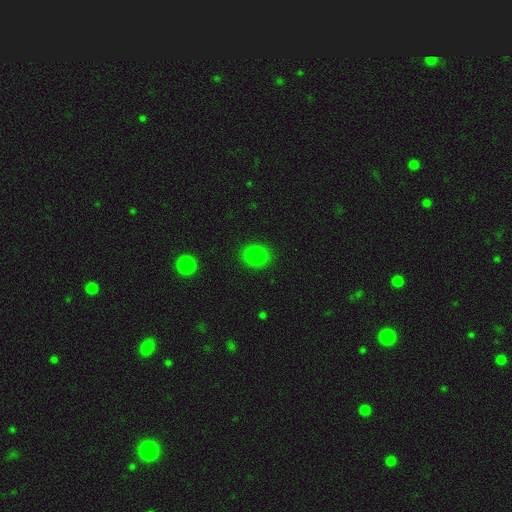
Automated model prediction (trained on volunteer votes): This is clearly a smooth galaxy (83%). How rounded: likely round (65%). Merging: clearly none (89%).